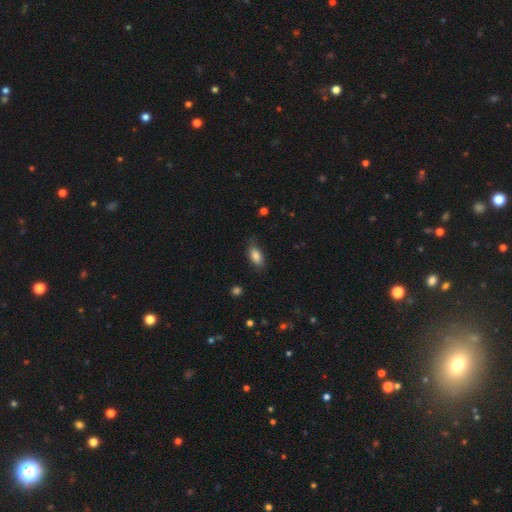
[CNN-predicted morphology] This appears to be a smooth galaxy with no disk features (84%) that is in between round and cigar-shaped (88%). Merging: none (75%).